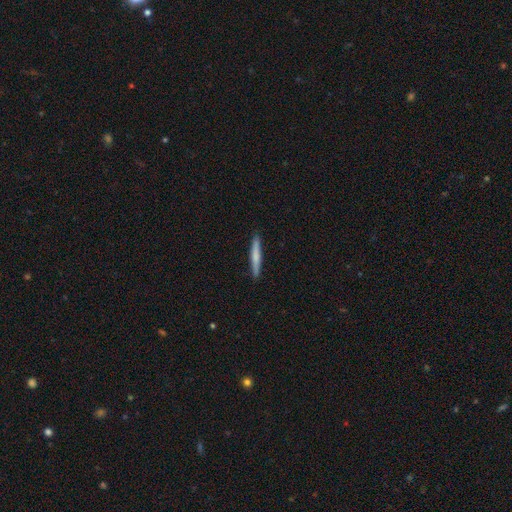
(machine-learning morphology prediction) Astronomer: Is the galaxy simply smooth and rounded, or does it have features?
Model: smooth — 67%.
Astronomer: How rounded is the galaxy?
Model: cigar-shaped — 96%.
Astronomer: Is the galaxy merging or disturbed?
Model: none — 90%.